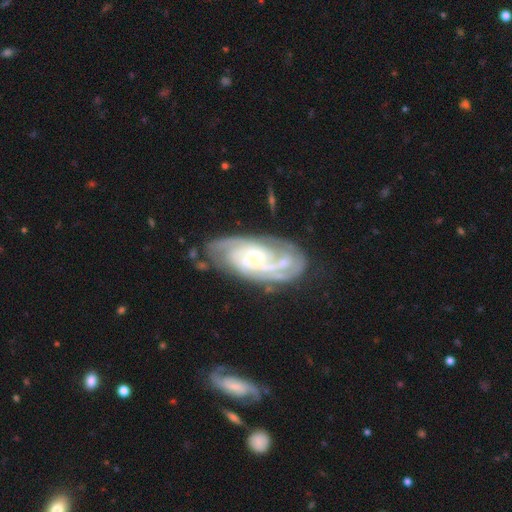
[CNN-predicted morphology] smooth_or_featured: featured or disk (p=0.86) [alt: smooth p=0.08]
disk_edge_on: no (p=0.94) [alt: yes p=0.06]
bar: no (p=0.61) [alt: weak p=0.29]
has_spiral_arms: yes (p=0.97) [alt: no p=0.03]
spiral_winding: tight (p=0.67) [alt: medium p=0.28]
spiral_arm_count: 2 (p=0.29) [alt: 3 p=0.26]
bulge_size: small (p=0.56) [alt: moderate p=0.32]
merging: none (p=0.70) [alt: minor disturbance p=0.19]